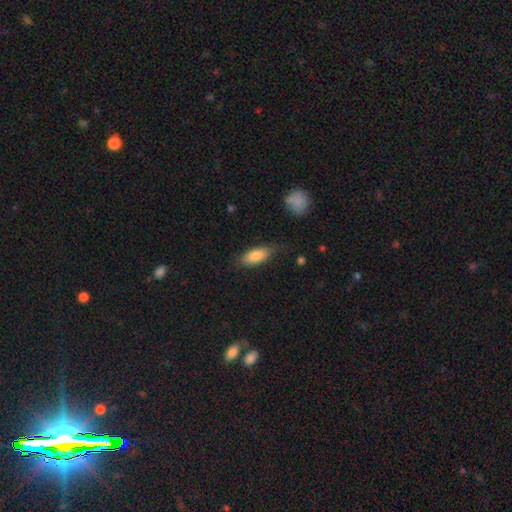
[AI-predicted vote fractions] Smooth or featured?
  - smooth: 81% *
  - featured or disk: 12%
  - star or artifact: 6%
How rounded?
  - in between: 81% *
  - cigar-shaped: 17%
  - round: 2%
Merging?
  - none: 68% *
  - minor disturbance: 23%
  - major disturbance: 7%
  - merger: 2%